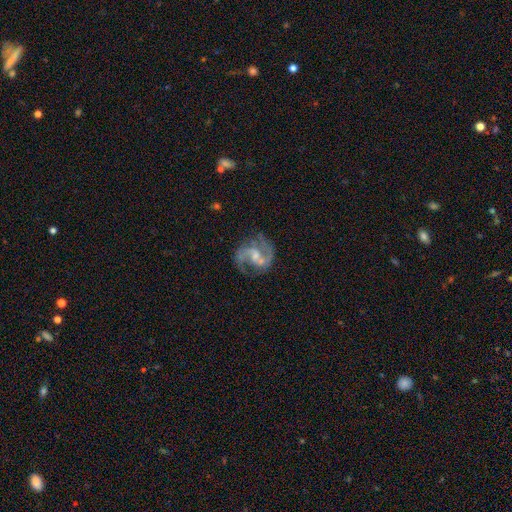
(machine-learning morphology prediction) featured or disk 90%, star or artifact 5%, smooth 5%. Down the decision tree: edge-on disk — no (98%); bar — weak (50%); spiral arms — yes (97%); spiral arm count — 2 (90%); spiral winding — medium (62%); bulge size — small (45%); merging — none (71%).